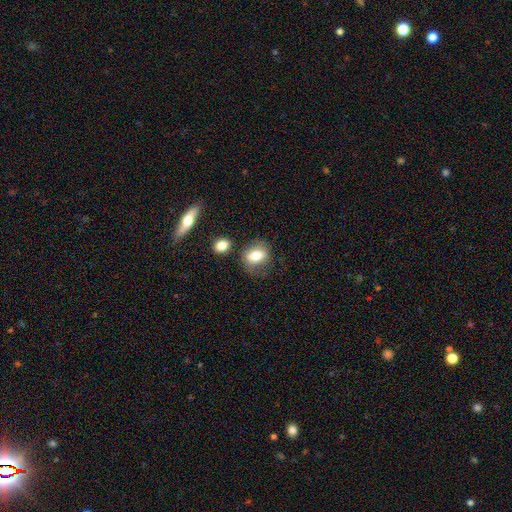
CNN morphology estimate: smooth 74%, featured or disk 18%, star or artifact 8%. Down the decision tree: how rounded — in between (66%); merging — none (66%).